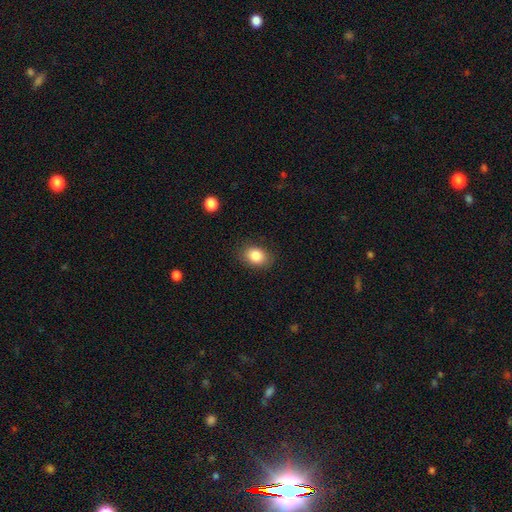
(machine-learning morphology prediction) The model was most divided on "how rounded": in between: 68%, round: 31%, cigar-shaped: 1%. More confident: smooth or featured — smooth (85%); merging — none (84%).